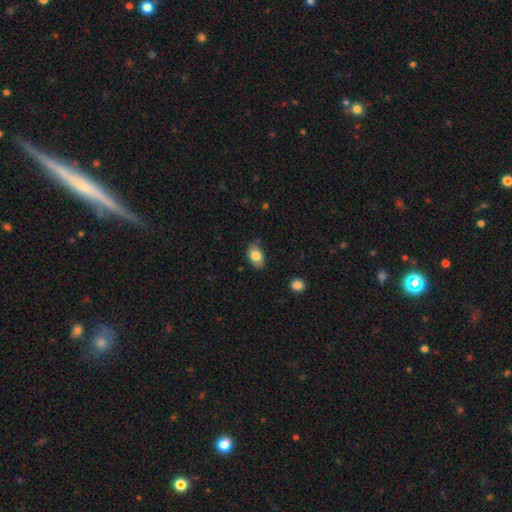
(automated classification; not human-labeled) Overall: smooth (81%). How rounded: in between (88%). Merging: none (78%).